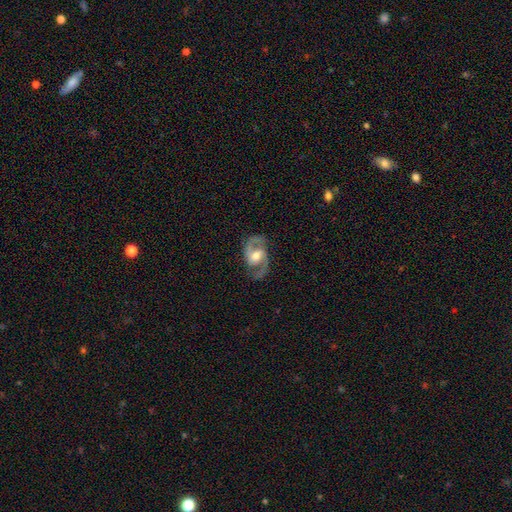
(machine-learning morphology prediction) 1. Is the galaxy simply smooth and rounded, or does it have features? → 90% featured or disk, 6% smooth, 5% star or artifact.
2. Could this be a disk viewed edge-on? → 98% no, 2% yes.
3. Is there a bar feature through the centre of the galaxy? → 48% weak, 34% no, 18% strong.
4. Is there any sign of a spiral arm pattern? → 97% yes, 3% no.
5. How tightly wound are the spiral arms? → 63% medium, 22% loose, 15% tight.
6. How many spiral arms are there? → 93% 2, 2% can't tell, 1% 1, 1% 3, 1% 4, 1% more than 4.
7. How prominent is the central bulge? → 65% moderate, 18% small, 13% large, 2% none, 1% dominant.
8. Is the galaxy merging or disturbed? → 81% none, 12% minor disturbance, 5% major disturbance, 1% merger.